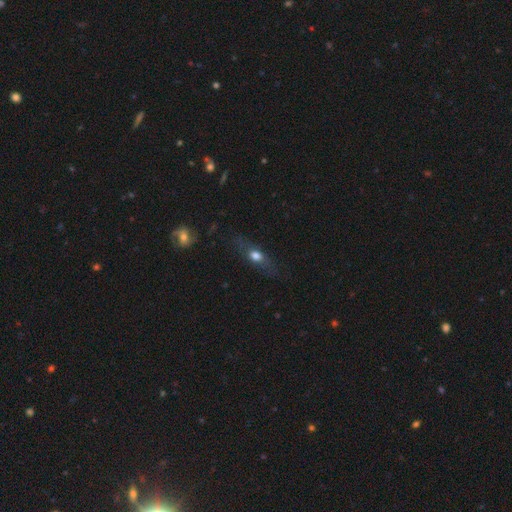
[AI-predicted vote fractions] smooth 55%, featured or disk 35%, star or artifact 10%. Down the decision tree: how rounded — in between (49%); merging — none (72%).